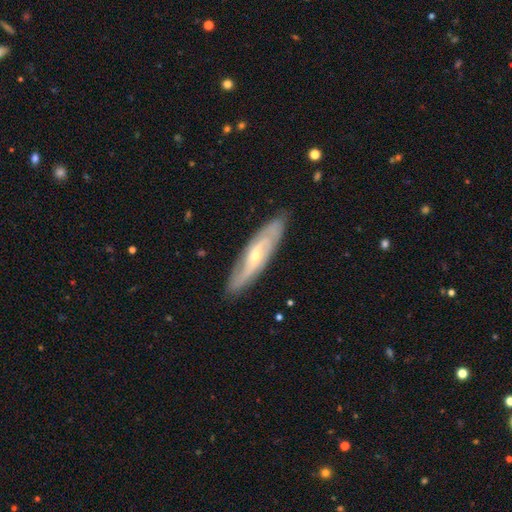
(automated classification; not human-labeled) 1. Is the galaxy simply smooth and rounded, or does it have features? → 79% featured or disk, 16% smooth, 6% star or artifact.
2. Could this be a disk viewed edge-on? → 76% no, 24% yes.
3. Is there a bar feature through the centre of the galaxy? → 53% no, 34% weak, 12% strong.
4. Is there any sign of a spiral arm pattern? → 91% yes, 9% no.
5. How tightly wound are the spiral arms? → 43% medium, 34% tight, 23% loose.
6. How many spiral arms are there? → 68% 2, 19% can't tell, 6% 3, 2% 1, 2% 4, 2% more than 4.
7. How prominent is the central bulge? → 64% small, 33% moderate, 1% large, 1% none, 1% dominant.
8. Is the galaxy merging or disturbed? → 84% none, 12% minor disturbance, 3% major disturbance, 1% merger.